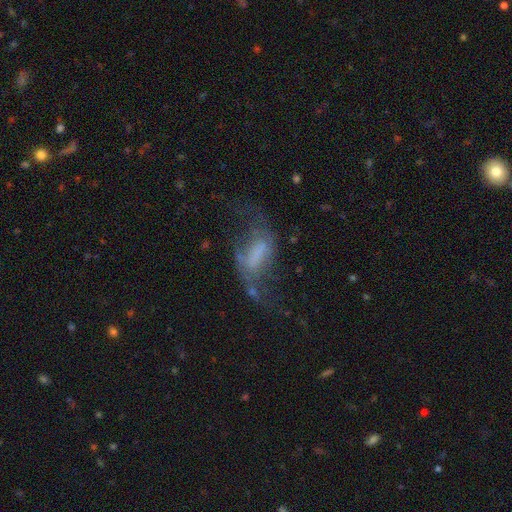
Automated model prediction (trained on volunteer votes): Morphology: type=featured or disk (65%); edge-on=no (92%); bar=weak (38%); spiral arms=yes (75%); bulge=none (54%); merging=none (39%).